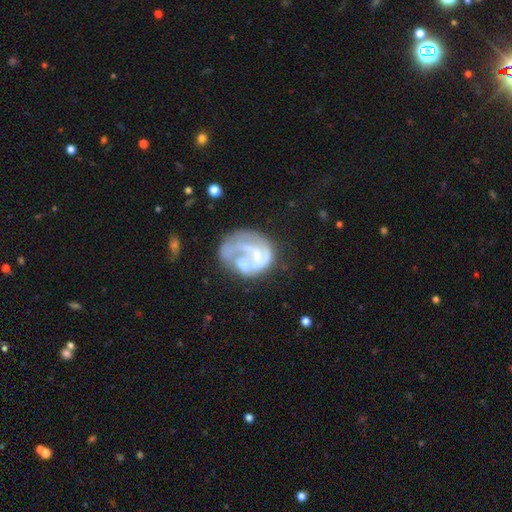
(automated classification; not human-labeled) A featured or disk galaxy (68%) with no bar (68%), spiral arms (57%) and no central bulge (41%). Merging: major disturbance (36%).